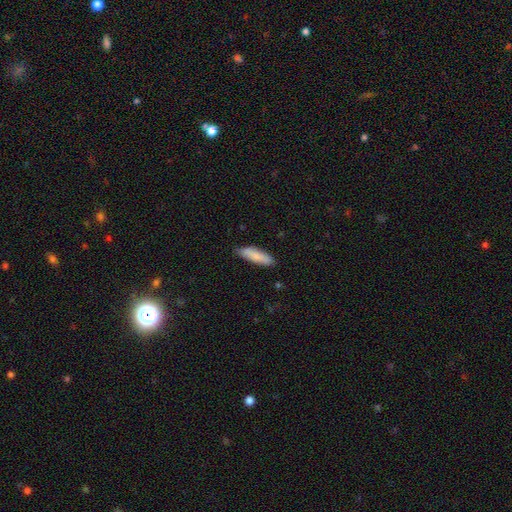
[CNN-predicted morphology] Smooth or featured: smooth — 84% (featured or disk — 11%)
How rounded: cigar-shaped — 64% (in between — 35%)
Merging: none — 82% (minor disturbance — 15%)